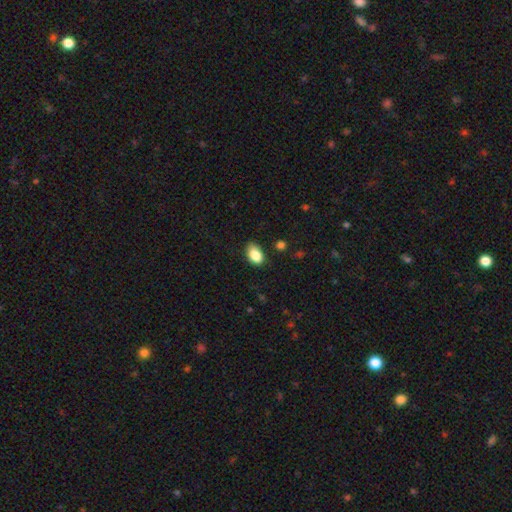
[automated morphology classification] A smooth galaxy with no disk features (86%) that is in between round and cigar-shaped (88%). Merging: none (71%).